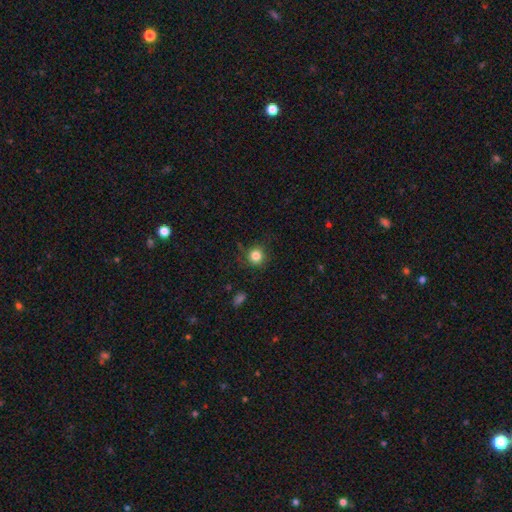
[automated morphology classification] A smooth galaxy with no disk features (83%) that is round (92%).

Vote fractions:
- Smooth or featured? smooth: 83% / star or artifact: 12% / featured or disk: 5%
- How rounded? round: 92% / in between: 7% / cigar-shaped: 1%
- Merging? none: 82% / minor disturbance: 12% / major disturbance: 4% / merger: 1%